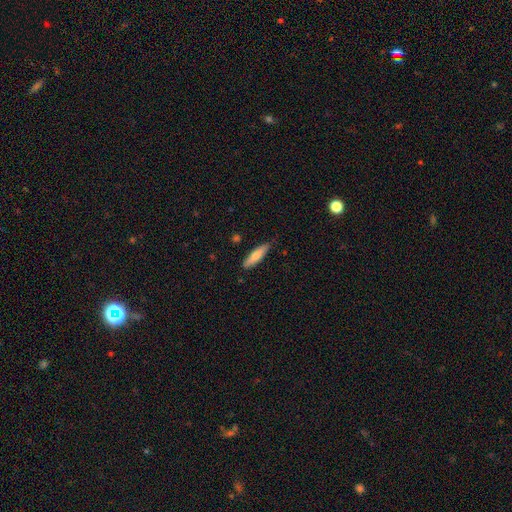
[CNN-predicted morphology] This appears to be a smooth galaxy with no disk features (69%) that is cigar-shaped (72%). Merging: none (84%).